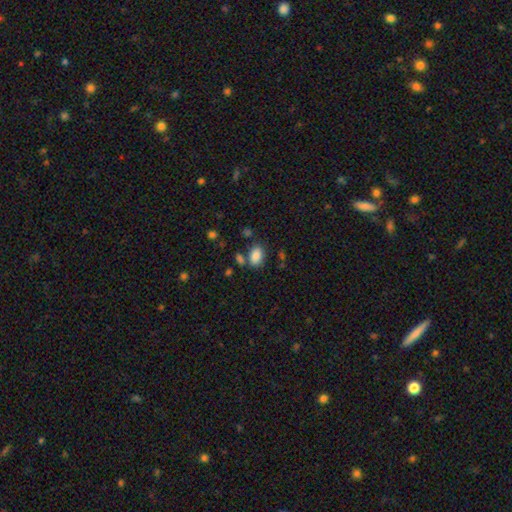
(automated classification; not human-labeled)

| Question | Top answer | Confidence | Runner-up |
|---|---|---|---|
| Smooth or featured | smooth | 85% | star or artifact (9%) |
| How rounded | in between | 87% | round (12%) |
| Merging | none | 71% | minor disturbance (13%) |